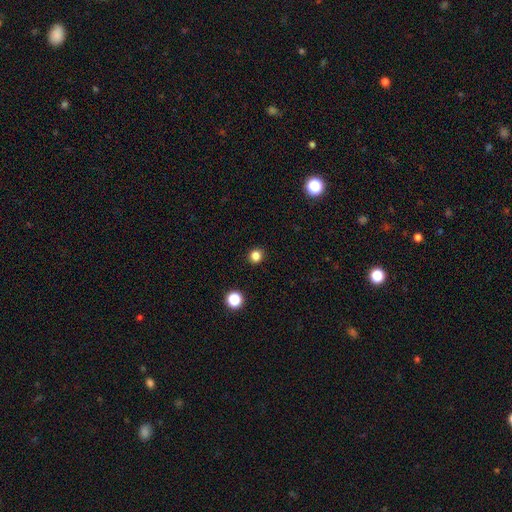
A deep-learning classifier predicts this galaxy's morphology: type=smooth (83%); roundness=round (89%); merging=none (92%).